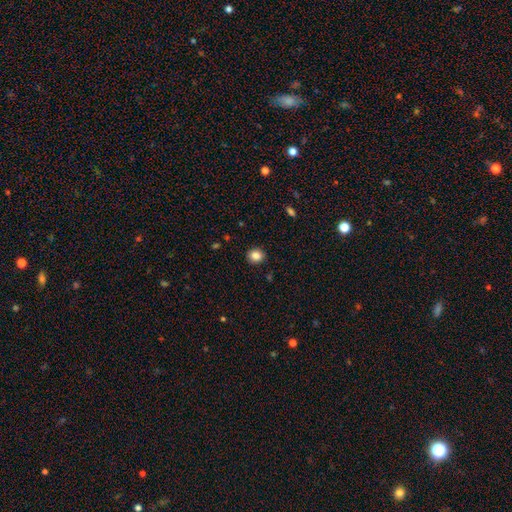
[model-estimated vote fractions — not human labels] Smooth or featured? smooth (84%)
How rounded? round (81%)
Merging? none (91%)